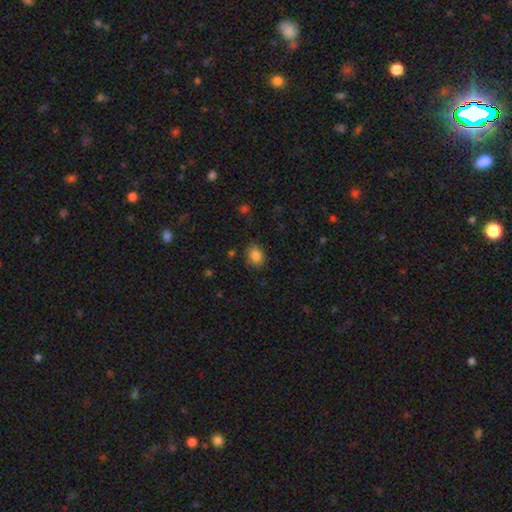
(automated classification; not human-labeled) The model was most divided on "how rounded": in between: 60%, round: 39%, cigar-shaped: 1%. More confident: smooth or featured — smooth (85%); merging — none (82%).